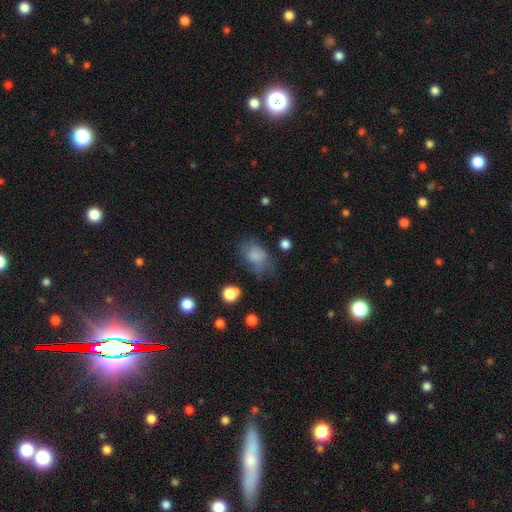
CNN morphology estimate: A smooth galaxy with no disk features (72%) that is in between round and cigar-shaped (76%). Merging: none (43%).